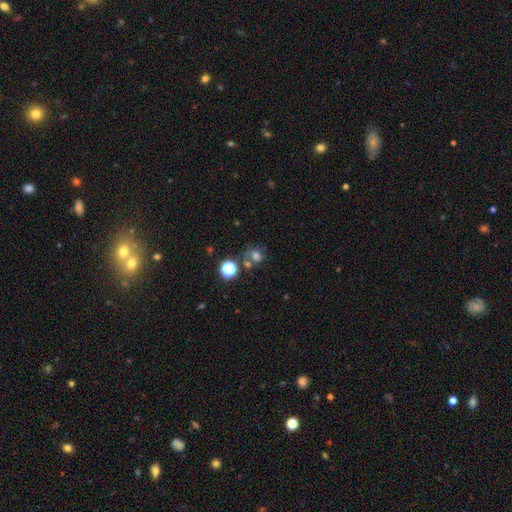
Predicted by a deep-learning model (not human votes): This appears to be a smooth galaxy with no disk features (64%) that is round (74%). Merging: none (51%).